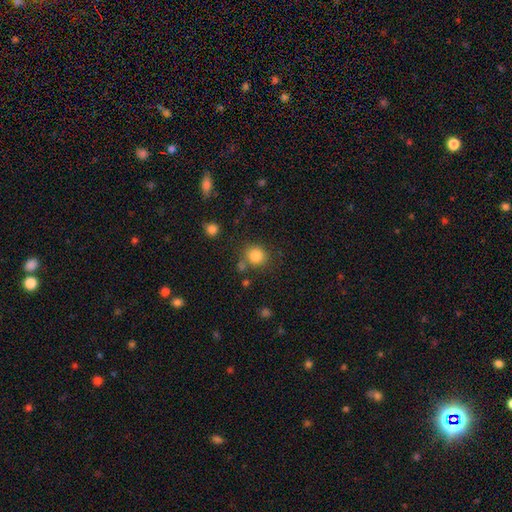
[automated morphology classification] A smooth galaxy with no disk features (84%) that is round (86%).

Vote fractions:
- Smooth or featured? smooth: 84% / star or artifact: 11% / featured or disk: 5%
- How rounded? round: 86% / in between: 14% / cigar-shaped: 1%
- Merging? none: 75% / minor disturbance: 11% / merger: 10% / major disturbance: 4%